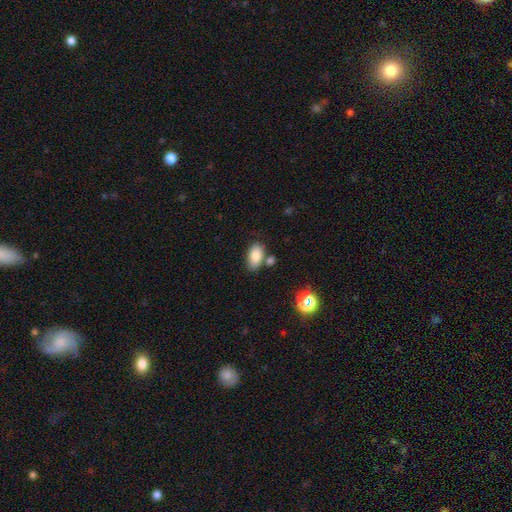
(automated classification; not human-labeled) The model was most divided on "merging": none: 68%, merger: 14%, minor disturbance: 14%, major disturbance: 4%. More confident: how rounded — in between (92%); smooth or featured — smooth (84%).